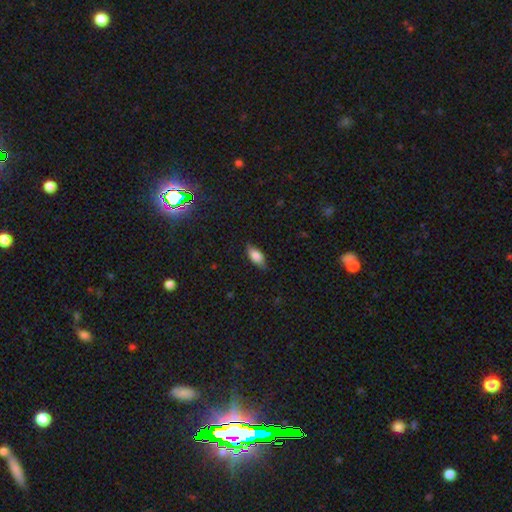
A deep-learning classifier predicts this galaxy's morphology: A smooth galaxy with no disk features (77%) that is in between round and cigar-shaped (84%).

Vote fractions:
- Smooth or featured? smooth: 77% / featured or disk: 15% / star or artifact: 8%
- How rounded? in between: 84% / cigar-shaped: 13% / round: 3%
- Merging? none: 82% / minor disturbance: 14% / major disturbance: 3% / merger: 1%